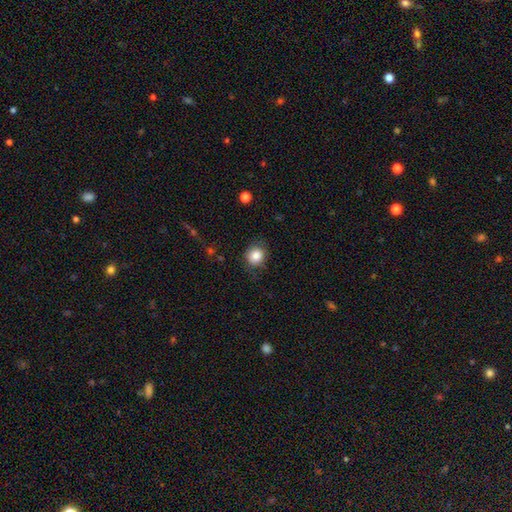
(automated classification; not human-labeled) Q: Smooth or featured?
A: smooth (84%); runner-up: star or artifact (10%)
Q: How rounded?
A: round (84%); runner-up: in between (15%)
Q: Merging?
A: none (77%); runner-up: minor disturbance (16%)